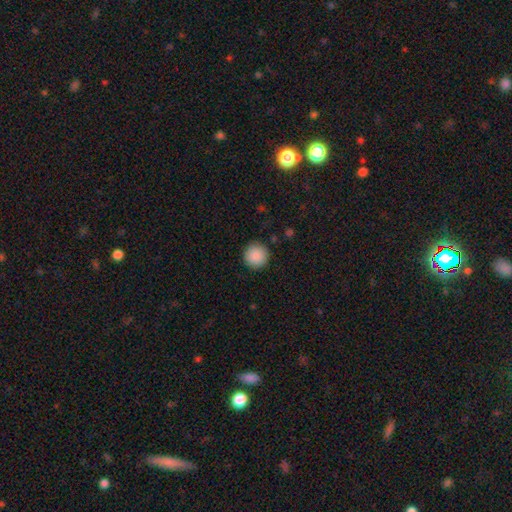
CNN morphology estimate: Smooth or featured? smooth (89%)
How rounded? round (96%)
Merging? none (91%)